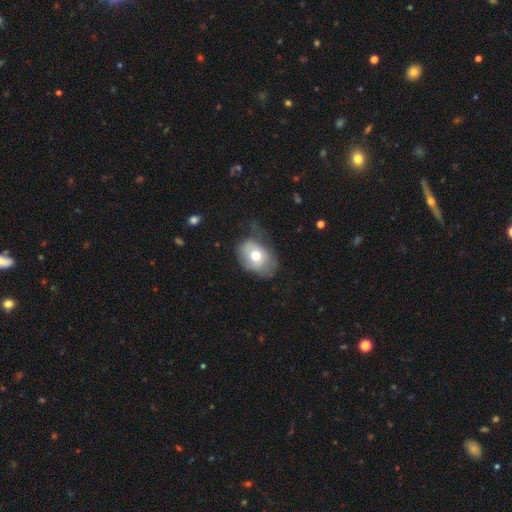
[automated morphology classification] This is likely a smooth galaxy (66%). How rounded: likely in between (75%). Merging: marginally none (45%).